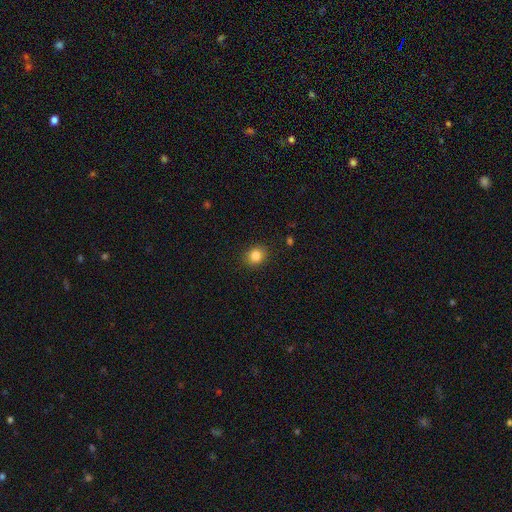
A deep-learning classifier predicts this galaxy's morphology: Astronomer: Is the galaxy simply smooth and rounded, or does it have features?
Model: smooth — 84%.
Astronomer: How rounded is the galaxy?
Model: round — 70%.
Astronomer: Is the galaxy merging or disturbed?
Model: none — 89%.